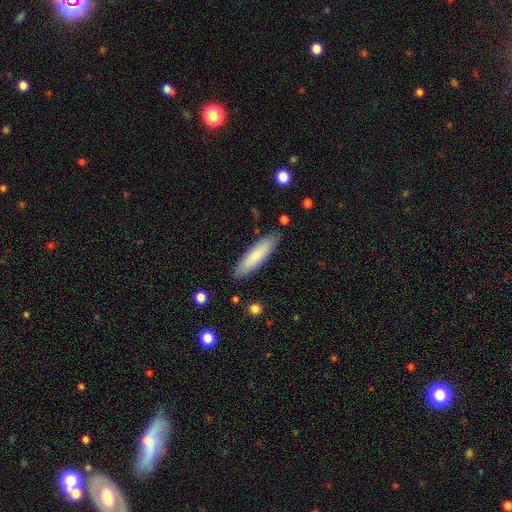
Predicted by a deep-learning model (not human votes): smooth 78%, featured or disk 16%, star or artifact 6%. Down the decision tree: how rounded — cigar-shaped (74%); merging — none (87%).